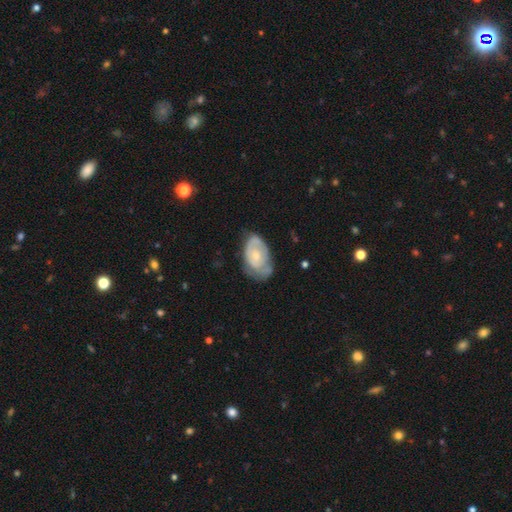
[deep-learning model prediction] smooth_or_featured: featured or disk (p=0.53) [alt: smooth p=0.41]
disk_edge_on: no (p=0.94) [alt: yes p=0.06]
bar: no (p=0.81) [alt: weak p=0.17]
has_spiral_arms: yes (p=0.55) [alt: no p=0.45]
bulge_size: small (p=0.54) [alt: moderate p=0.40]
merging: none (p=0.51) [alt: minor disturbance p=0.34]